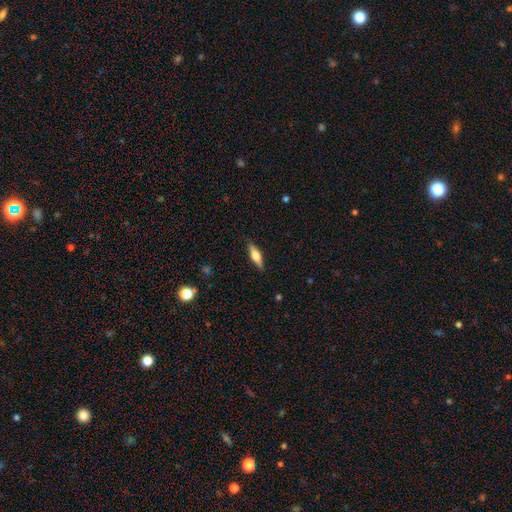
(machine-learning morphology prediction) Smooth or featured: smooth — 52% (featured or disk — 42%)
How rounded: cigar-shaped — 55% (in between — 42%)
Merging: none — 87% (minor disturbance — 9%)